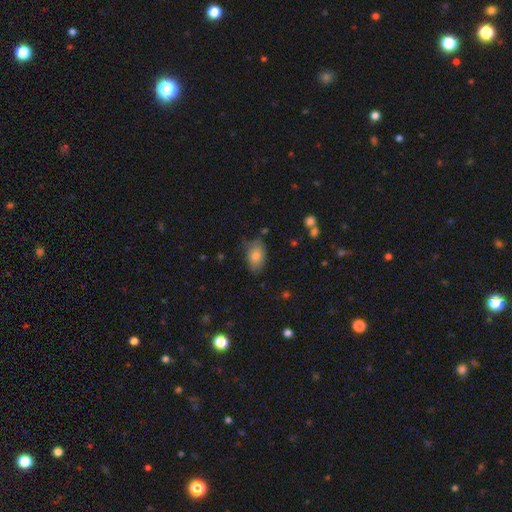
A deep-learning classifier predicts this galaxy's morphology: Smooth or featured? Predicted: smooth (p=0.82). How rounded? Predicted: in between (p=0.88). Merging? Predicted: none (p=0.69).